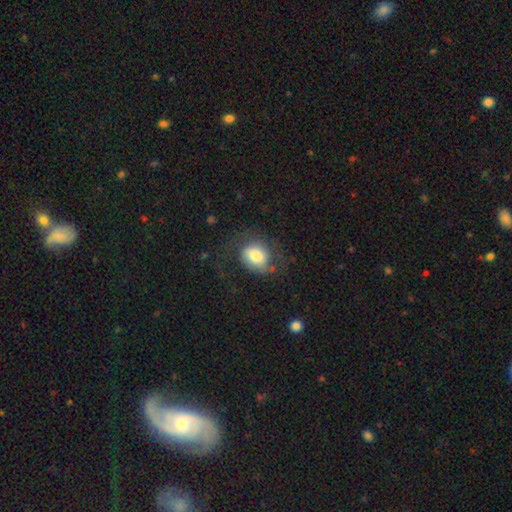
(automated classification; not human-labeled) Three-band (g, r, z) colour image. It shows a smooth galaxy with no disk features (69%) that is in between round and cigar-shaped (52%). Merging: none (48%).